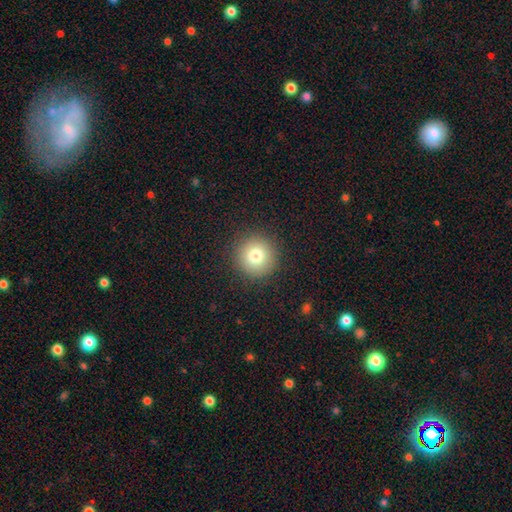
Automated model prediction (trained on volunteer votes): Morphology: type=smooth (78%); roundness=round (95%); merging=none (91%).